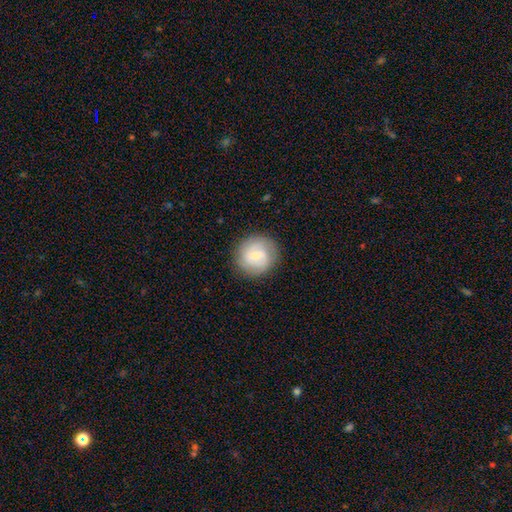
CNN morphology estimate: featured or disk 49%, smooth 44%, star or artifact 7%. Down the decision tree: merging — none (85%).